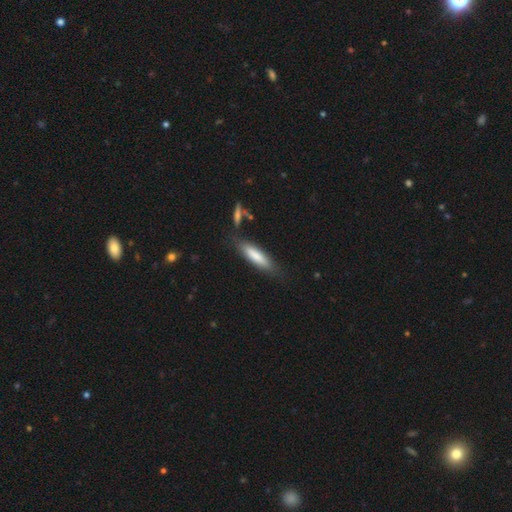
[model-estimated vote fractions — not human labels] Morphology: type=smooth (77%); roundness=cigar-shaped (71%); merging=none (74%).